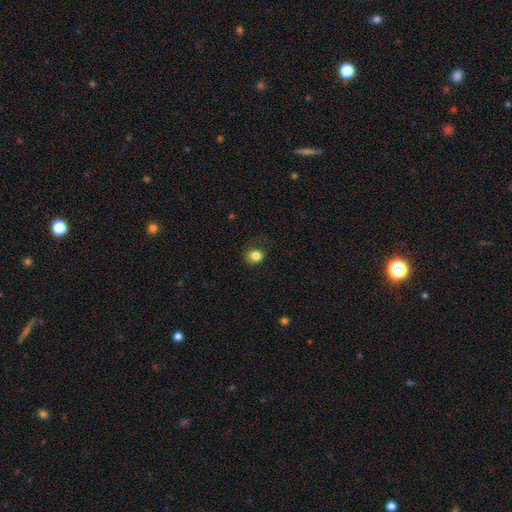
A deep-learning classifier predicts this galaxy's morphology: A smooth galaxy with no disk features (83%) that is round (68%).

Vote fractions:
- Smooth or featured? smooth: 83% / star or artifact: 11% / featured or disk: 6%
- How rounded? round: 68% / in between: 31% / cigar-shaped: 1%
- Merging? none: 72% / minor disturbance: 19% / major disturbance: 7% / merger: 1%